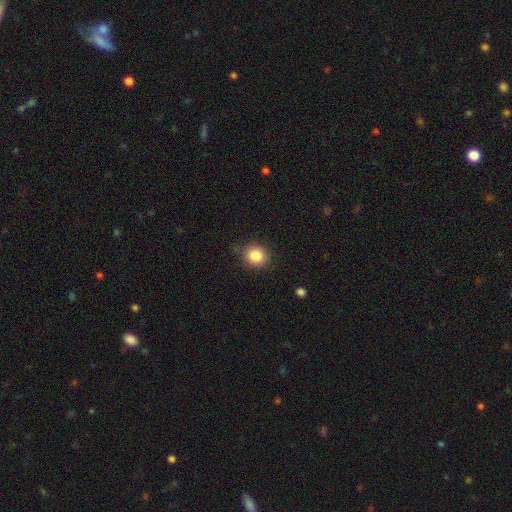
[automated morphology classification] A smooth galaxy with no disk features (84%) that is round (83%). Merging: none (82%).